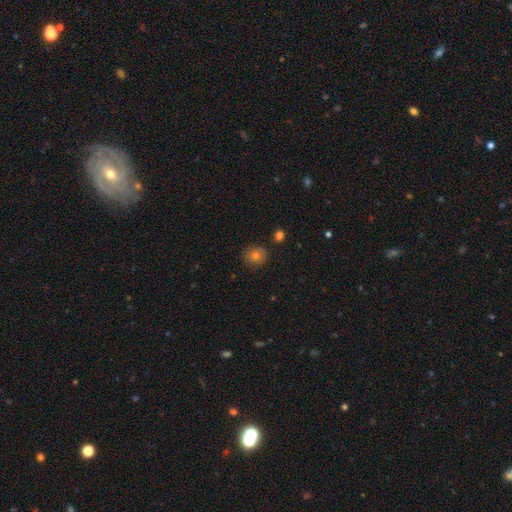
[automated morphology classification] The model was most divided on "smooth or featured": smooth: 77%, star or artifact: 14%, featured or disk: 9%. More confident: how rounded — round (87%); merging — none (87%).